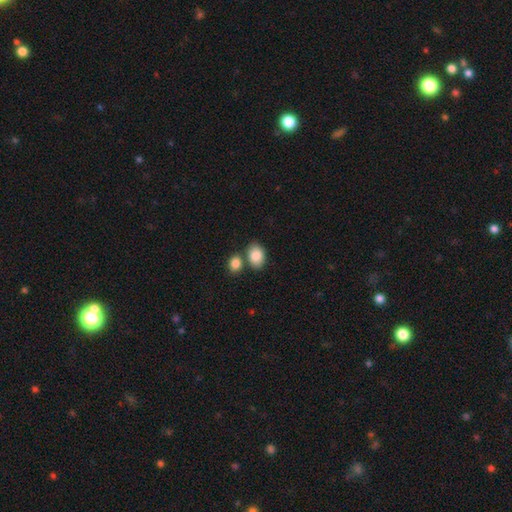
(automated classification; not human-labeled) Smooth or featured?
  - smooth: 87% *
  - star or artifact: 7%
  - featured or disk: 6%
How rounded?
  - in between: 80% *
  - round: 19%
  - cigar-shaped: 1%
Merging?
  - none: 61% *
  - merger: 25%
  - minor disturbance: 11%
  - major disturbance: 3%